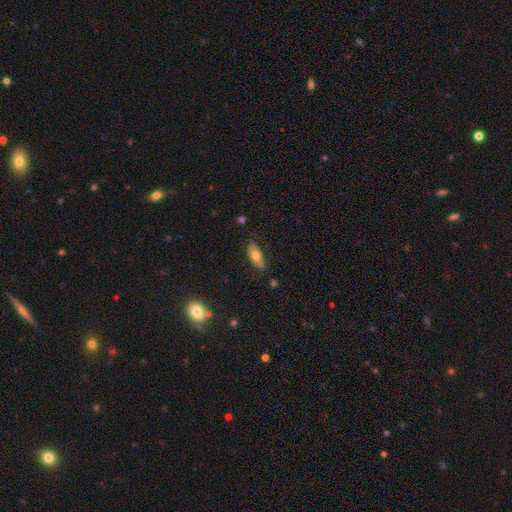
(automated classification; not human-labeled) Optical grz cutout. It shows a smooth galaxy with no disk features (63%) that is in between round and cigar-shaped (84%). Merging: none (73%).